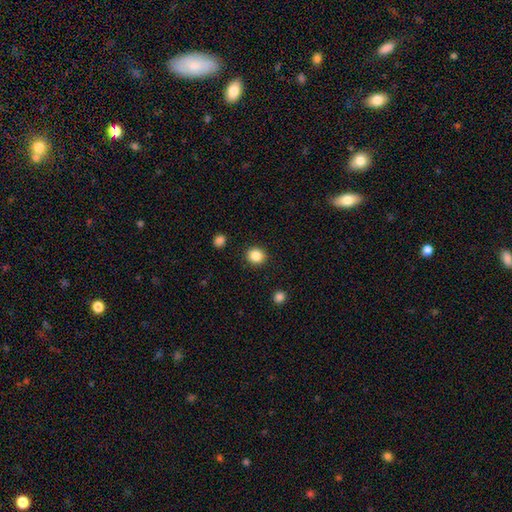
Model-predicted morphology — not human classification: Smooth or featured?
  - smooth: 85% *
  - star or artifact: 10%
  - featured or disk: 4%
How rounded?
  - round: 84% *
  - in between: 15%
  - cigar-shaped: 1%
Merging?
  - none: 91% *
  - minor disturbance: 6%
  - major disturbance: 2%
  - merger: 1%